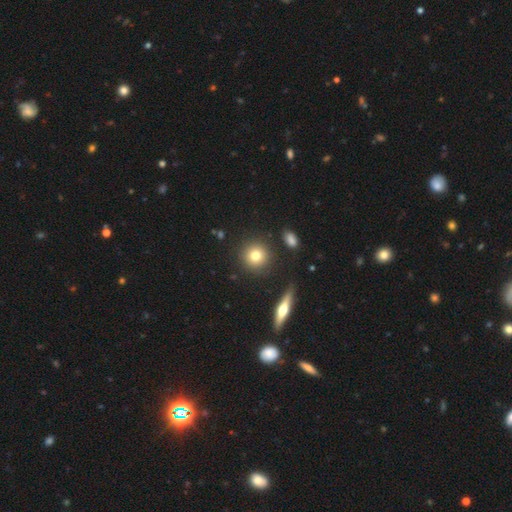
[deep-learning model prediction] Overall: smooth (78%). How rounded: round (92%). Merging: none (87%).